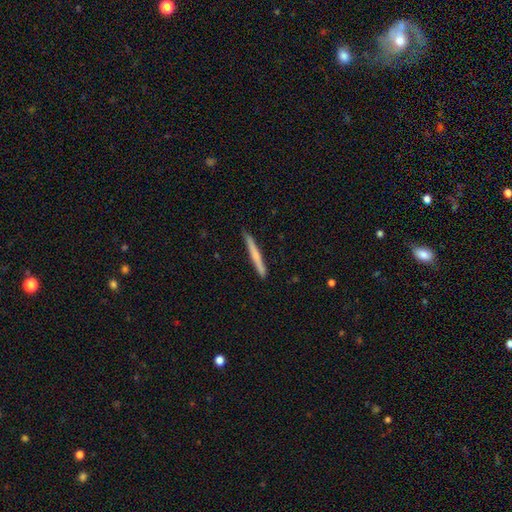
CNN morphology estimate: smooth_or_featured: smooth (p=0.55) [alt: featured or disk p=0.39]
how_rounded: cigar-shaped (p=0.97) [alt: in between p=0.02]
merging: none (p=0.90) [alt: minor disturbance p=0.07]